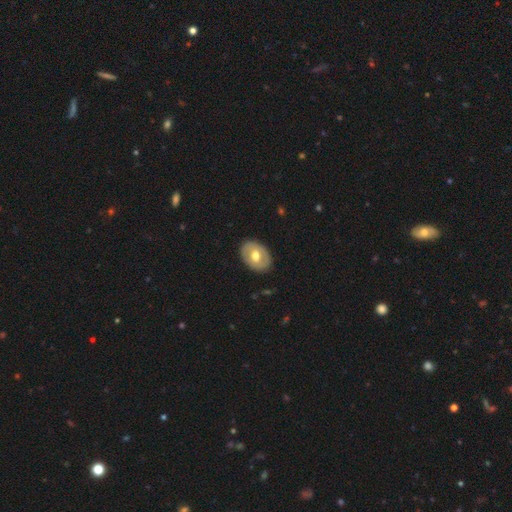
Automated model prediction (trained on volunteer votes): The model was most divided on "smooth or featured": smooth: 52%, featured or disk: 43%, star or artifact: 5%. More confident: merging — none (87%); how rounded — in between (72%).